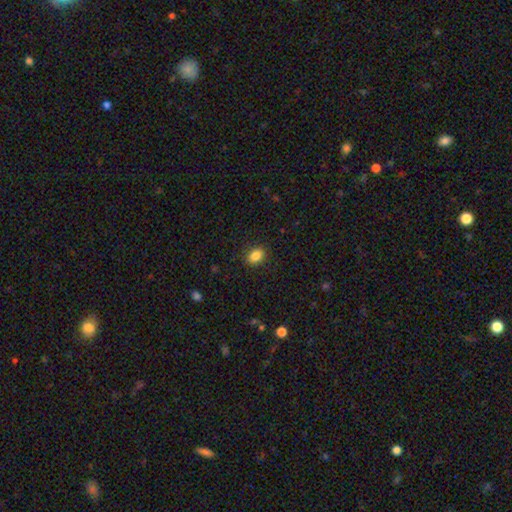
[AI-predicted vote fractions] Smooth or featured? smooth (86%)
How rounded? in between (67%)
Merging? none (88%)